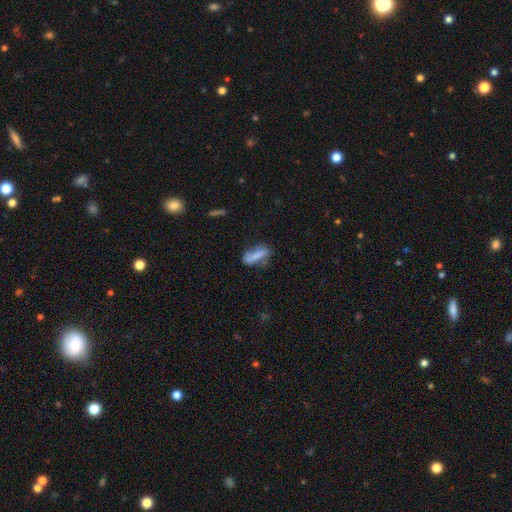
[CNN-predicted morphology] Smooth or featured? smooth (69%)
How rounded? in between (53%)
Merging? none (55%)